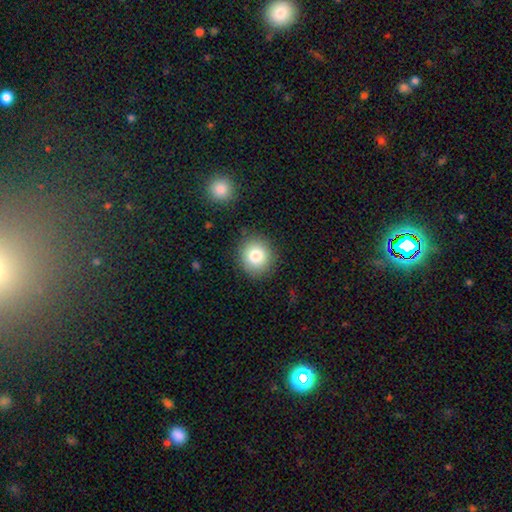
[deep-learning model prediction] smooth-or-featured: smooth: 81% | star or artifact: 10% | featured or disk: 9%
  how-rounded: round: 85% | in between: 14% | cigar-shaped: 1%
  merging: none: 87% | minor disturbance: 8% | major disturbance: 3% | merger: 2%